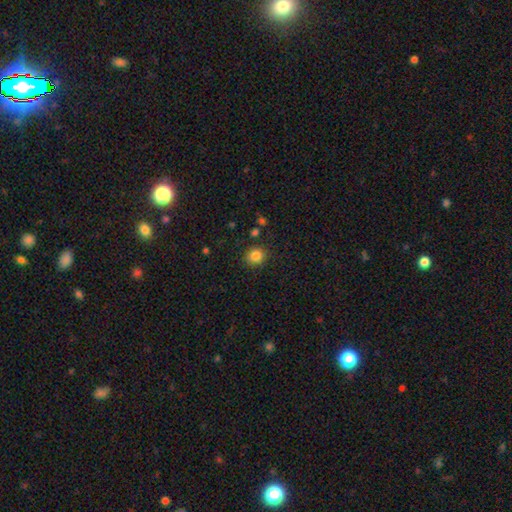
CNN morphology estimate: A smooth galaxy with no disk features (84%) that is round (85%). Merging: none (86%).